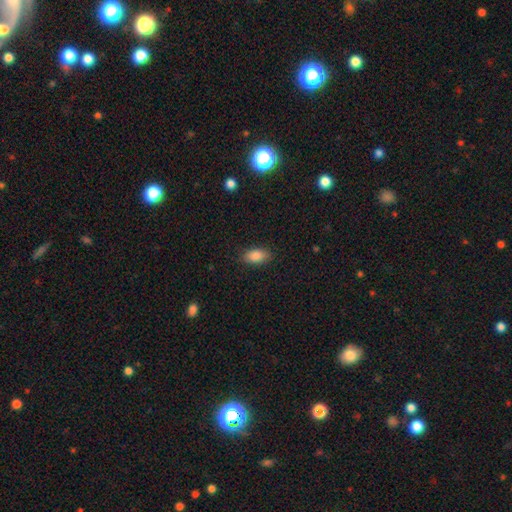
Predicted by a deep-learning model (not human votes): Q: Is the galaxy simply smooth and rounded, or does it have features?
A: smooth — 87%.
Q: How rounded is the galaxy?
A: in between — 91%.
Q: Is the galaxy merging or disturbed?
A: none — 87%.